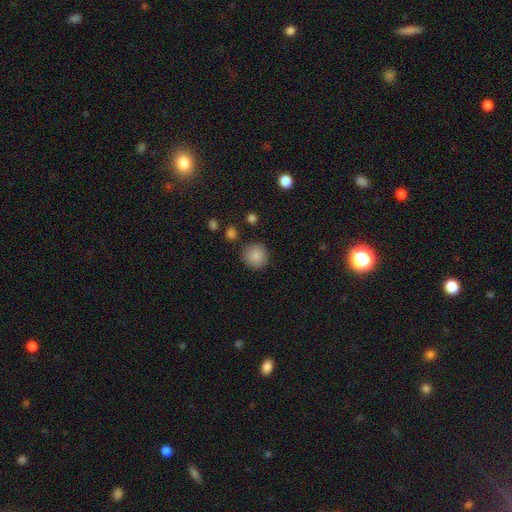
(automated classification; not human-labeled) Morphology: type=smooth (87%); roundness=round (93%); merging=none (87%).